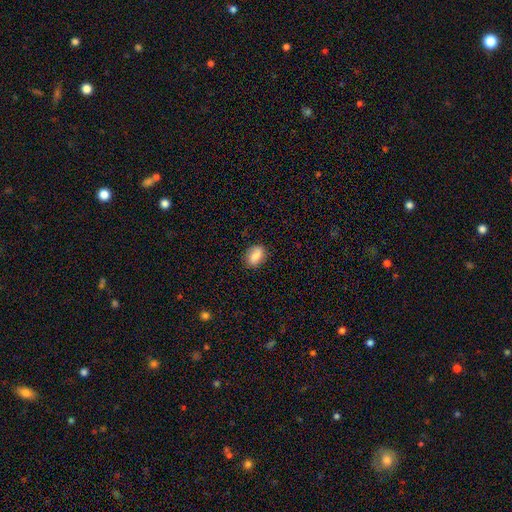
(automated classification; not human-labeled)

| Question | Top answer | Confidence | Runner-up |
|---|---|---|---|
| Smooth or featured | smooth | 81% | featured or disk (11%) |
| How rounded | in between | 81% | round (15%) |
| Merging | none | 84% | minor disturbance (12%) |